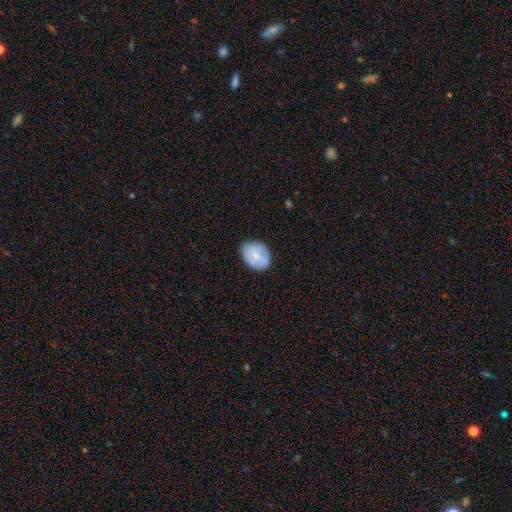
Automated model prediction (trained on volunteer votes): smooth_or_featured: smooth (p=0.61) [alt: featured or disk p=0.32]
how_rounded: in between (p=0.67) [alt: round p=0.32]
merging: none (p=0.79) [alt: minor disturbance p=0.16]